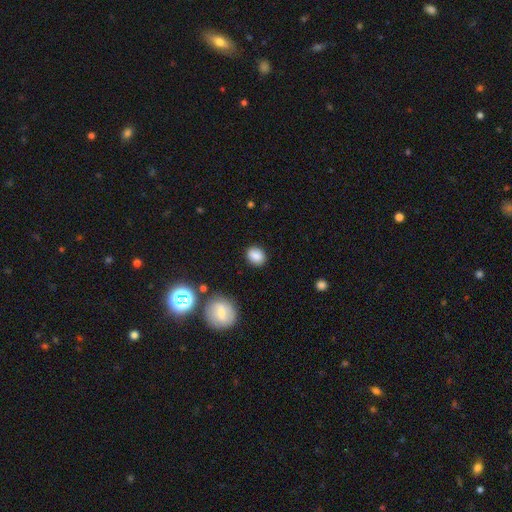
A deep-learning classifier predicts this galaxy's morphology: Smooth or featured? smooth (84%)
How rounded? round (49%, tied with in between)
Merging? none (86%)